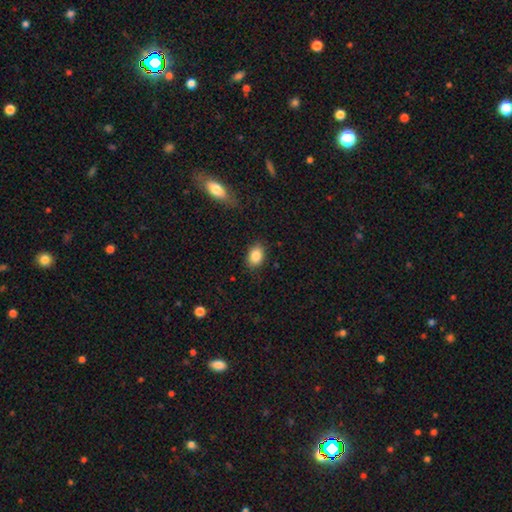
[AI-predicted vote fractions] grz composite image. It shows a smooth galaxy with no disk features (86%) that is in between round and cigar-shaped (79%). Merging: none (84%).